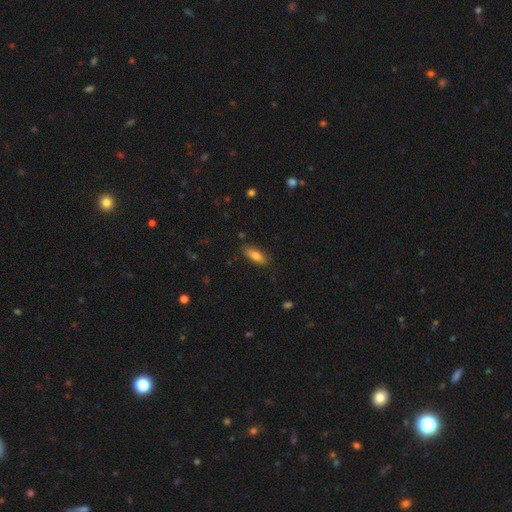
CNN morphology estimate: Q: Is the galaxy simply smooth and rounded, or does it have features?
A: smooth — 78%.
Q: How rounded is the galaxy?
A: in between — 67%.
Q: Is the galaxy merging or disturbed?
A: none — 84%.